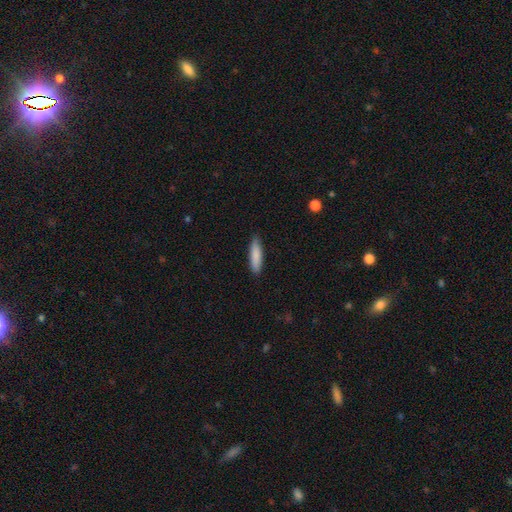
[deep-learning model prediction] This is clearly a smooth galaxy (85%). How rounded: likely cigar-shaped (73%). Merging: clearly none (87%).